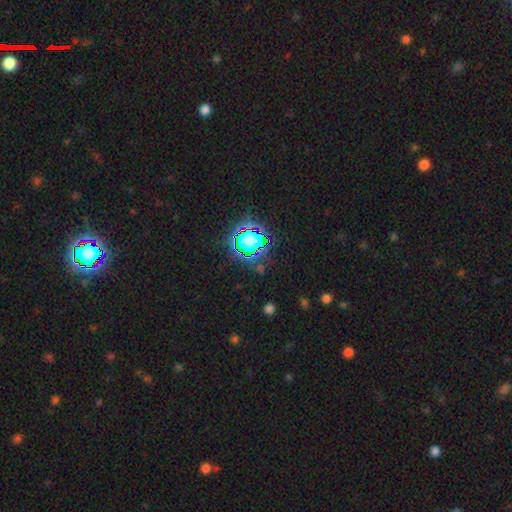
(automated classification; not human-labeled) A star or artifact, not a galaxy (83%).

Vote fractions:
- Smooth or featured? star or artifact: 83% / smooth: 11% / featured or disk: 7%